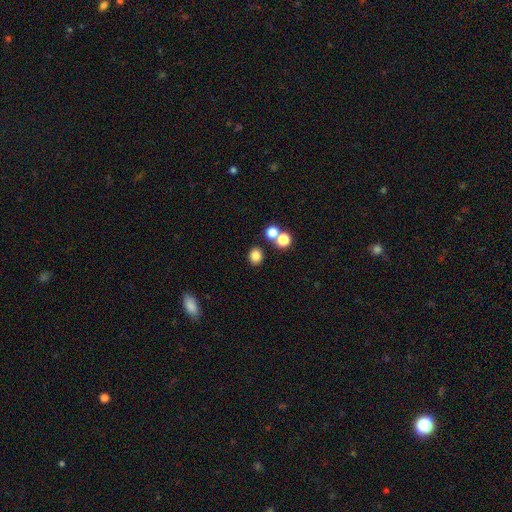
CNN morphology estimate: Smooth or featured? smooth (81%)
How rounded? round (72%)
Merging? none (76%)